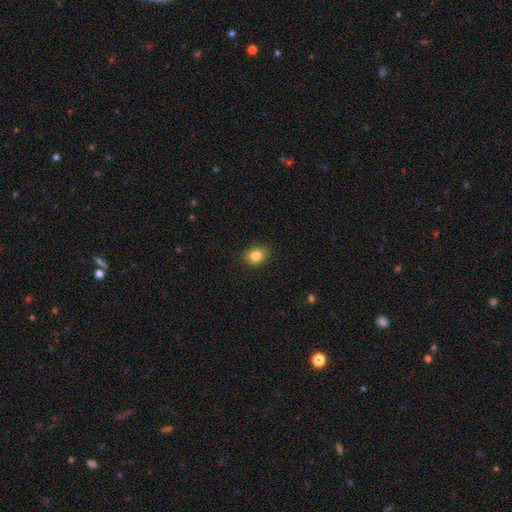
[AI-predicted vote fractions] smooth_or_featured: smooth (p=0.83) [alt: star or artifact p=0.10]
how_rounded: round (p=0.57) [alt: in between p=0.42]
merging: none (p=0.87) [alt: minor disturbance p=0.10]